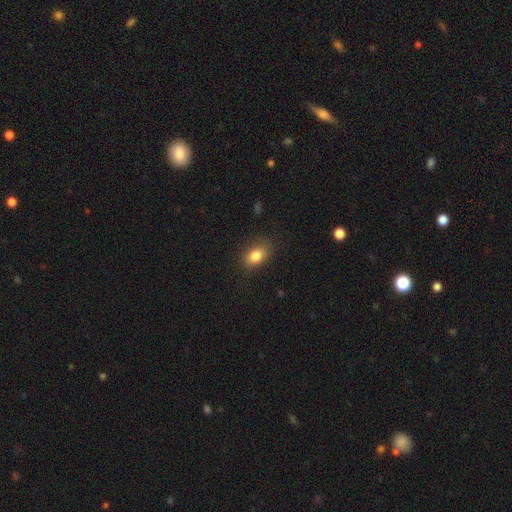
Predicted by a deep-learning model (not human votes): Morphology: type=smooth (83%); roundness=in between (78%); merging=none (81%).